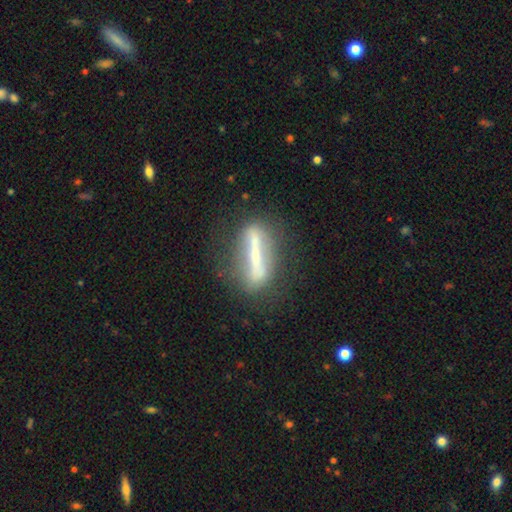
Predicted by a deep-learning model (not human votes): This is likely a featured or disk galaxy (67%). It is possibly viewed edge-on (53%). Merging: likely none (73%).